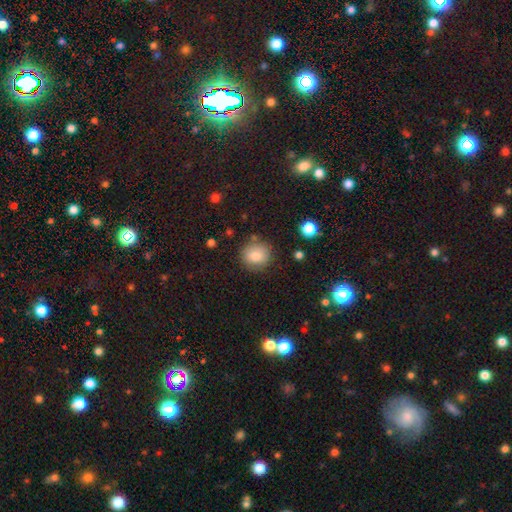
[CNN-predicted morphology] This is clearly a smooth galaxy (82%). How rounded: clearly round (85%). Merging: clearly none (82%).